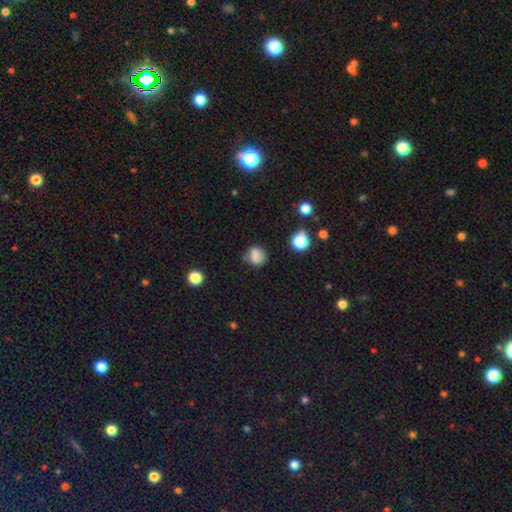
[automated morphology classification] This is likely a smooth galaxy (79%). How rounded: likely round (69%). Merging: possibly none (59%).